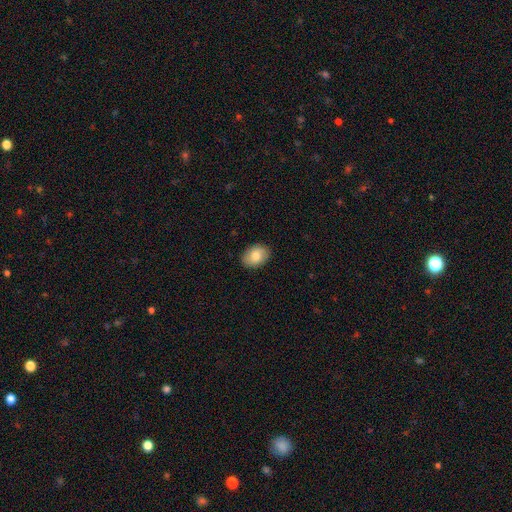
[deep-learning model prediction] This is likely a smooth galaxy (80%). How rounded: likely in between (79%). Merging: clearly none (87%).